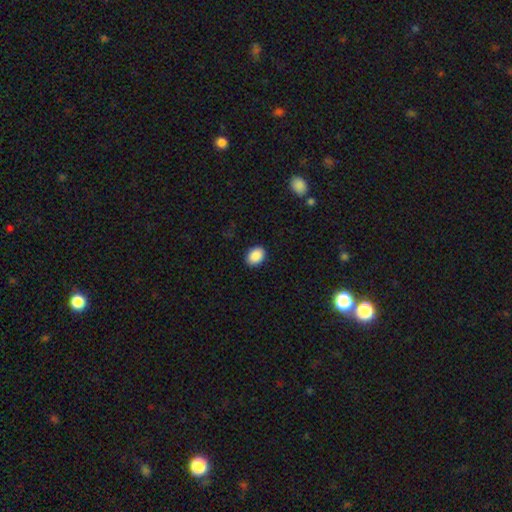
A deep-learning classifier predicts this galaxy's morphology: The model was most divided on "how rounded": in between: 74%, round: 25%, cigar-shaped: 1%. More confident: smooth or featured — smooth (90%); merging — none (90%).